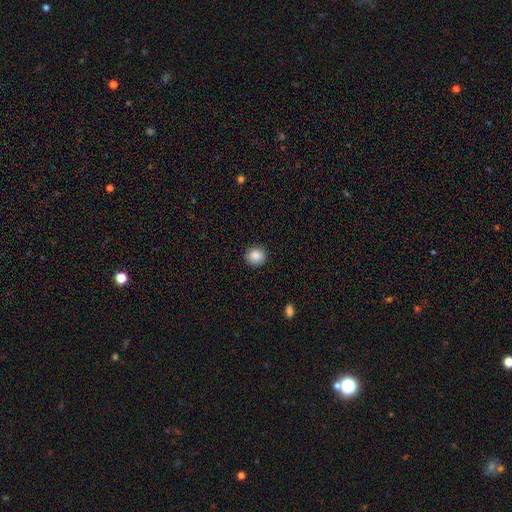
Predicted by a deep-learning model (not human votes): Smooth or featured?
  - smooth: 88% *
  - star or artifact: 9%
  - featured or disk: 3%
How rounded?
  - round: 84% *
  - in between: 16%
  - cigar-shaped: 1%
Merging?
  - none: 90% *
  - minor disturbance: 7%
  - major disturbance: 2%
  - merger: 1%